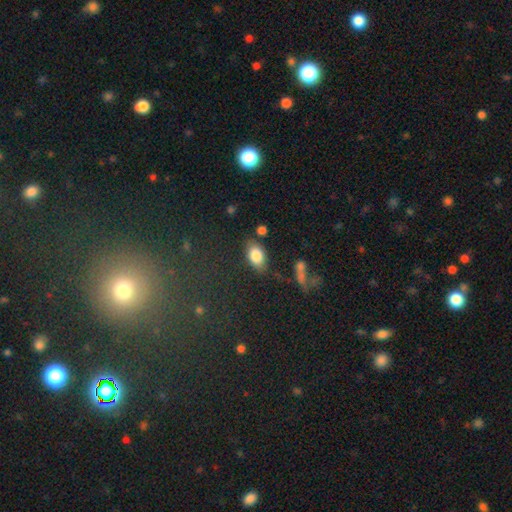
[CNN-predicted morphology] Smooth or featured: smooth — 83% (featured or disk — 10%)
How rounded: in between — 90% (round — 7%)
Merging: none — 76% (minor disturbance — 15%)